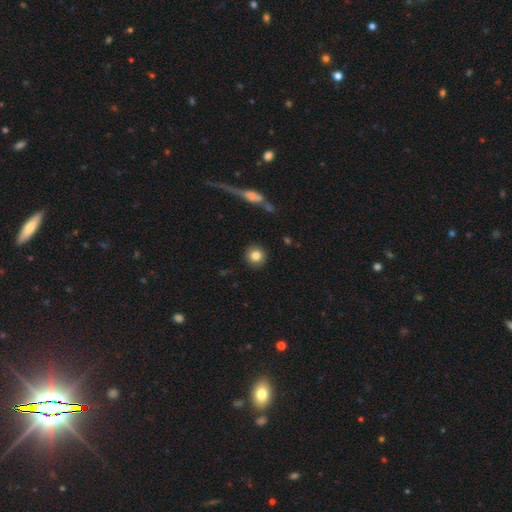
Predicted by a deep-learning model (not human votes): Smooth or featured: smooth — 82% (star or artifact — 10%)
How rounded: round — 91% (in between — 8%)
Merging: none — 90% (minor disturbance — 6%)